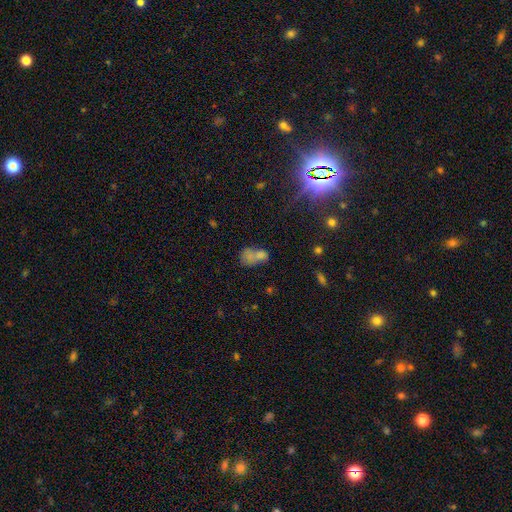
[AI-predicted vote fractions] The model was most divided on "merging": merger: 52%, none: 26%, minor disturbance: 13%, major disturbance: 10%. More confident: how rounded — in between (75%); smooth or featured — smooth (69%).